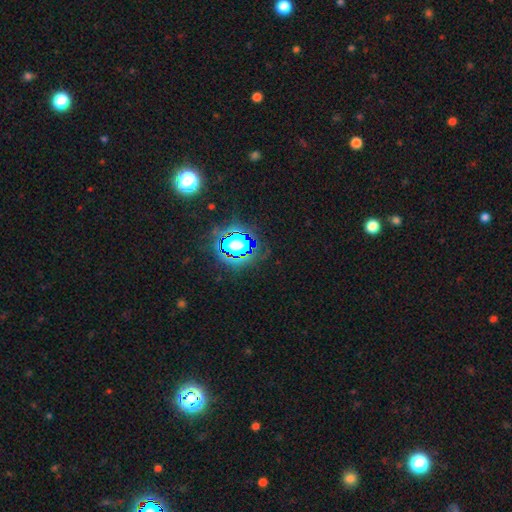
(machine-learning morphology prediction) Smooth or featured?
  - star or artifact: 79% *
  - smooth: 13%
  - featured or disk: 8%